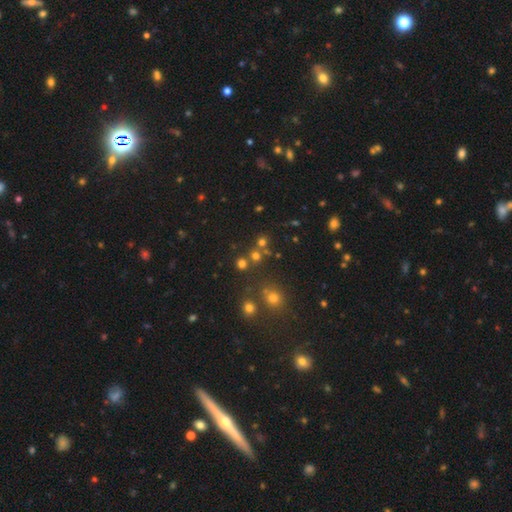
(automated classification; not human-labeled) Morphology: type=smooth (63%); roundness=round (91%); merging=none (71%).